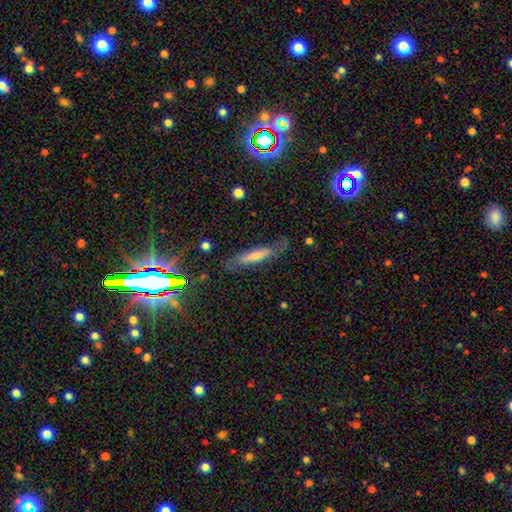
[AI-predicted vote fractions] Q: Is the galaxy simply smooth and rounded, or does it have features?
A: featured or disk — 45%.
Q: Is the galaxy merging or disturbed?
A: none — 70%.